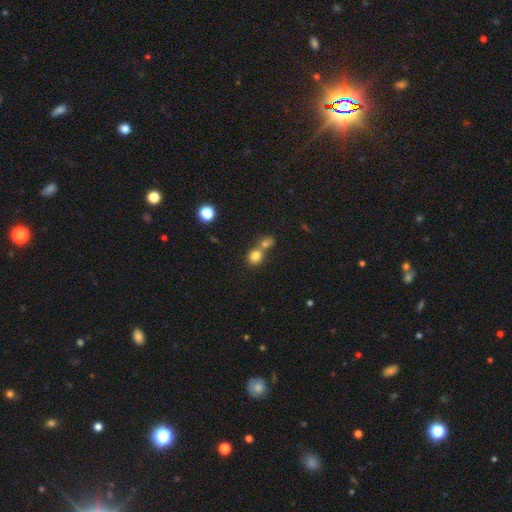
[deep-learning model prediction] Smooth or featured? Predicted: smooth (p=0.79). How rounded? Predicted: round (p=0.76). Merging? Predicted: merger (p=0.51).